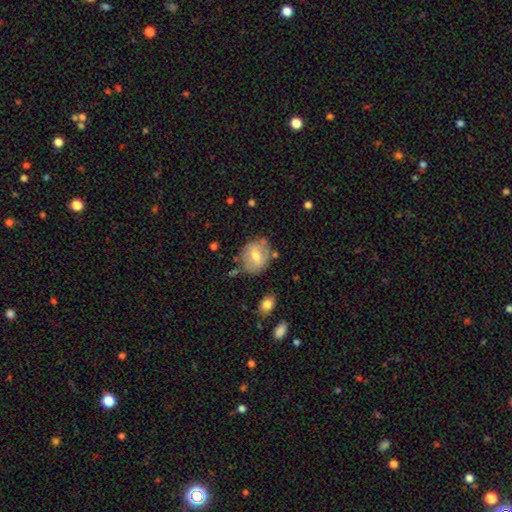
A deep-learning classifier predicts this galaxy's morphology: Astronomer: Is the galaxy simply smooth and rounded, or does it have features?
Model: smooth — 61%.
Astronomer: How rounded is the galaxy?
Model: round — 65%.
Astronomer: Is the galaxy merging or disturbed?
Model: none — 71%.